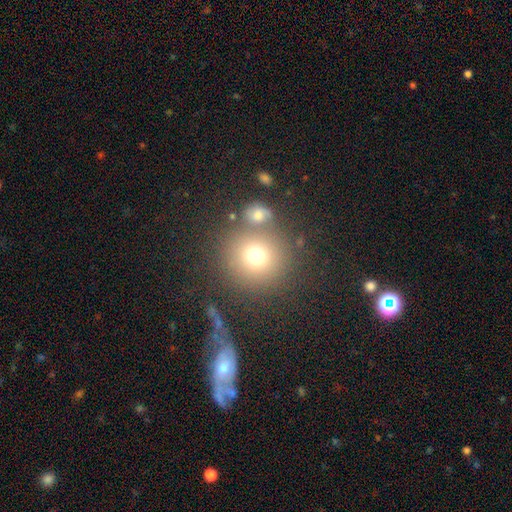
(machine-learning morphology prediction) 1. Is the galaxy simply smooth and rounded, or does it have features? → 73% smooth, 15% star or artifact, 12% featured or disk.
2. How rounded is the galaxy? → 93% round, 6% in between, 1% cigar-shaped.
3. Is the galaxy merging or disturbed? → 70% none, 15% merger, 9% minor disturbance, 5% major disturbance.